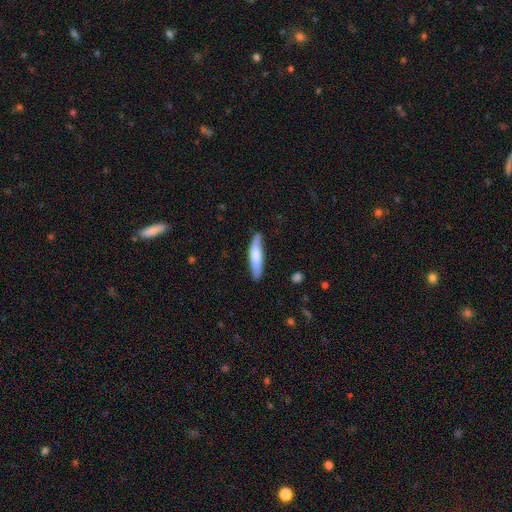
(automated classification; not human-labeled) The model was most divided on "smooth or featured": smooth: 72%, featured or disk: 23%, star or artifact: 5%. More confident: how rounded — cigar-shaped (80%); merging — none (78%).